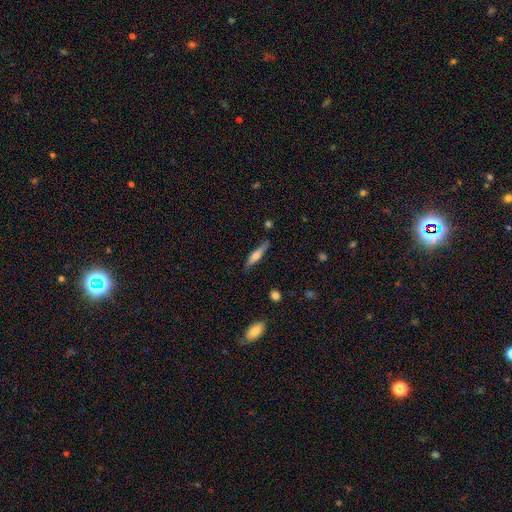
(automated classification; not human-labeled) This is possibly a smooth galaxy (51%). How rounded: clearly cigar-shaped (83%). Merging: clearly none (82%).